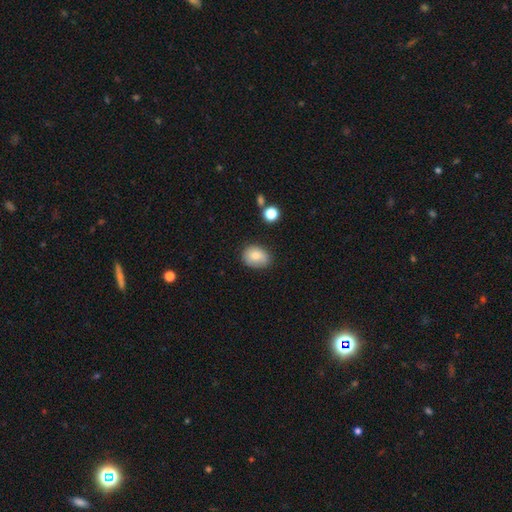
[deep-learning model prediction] Smooth or featured: smooth — 83% (featured or disk — 9%)
How rounded: in between — 64% (round — 35%)
Merging: none — 73% (minor disturbance — 20%)